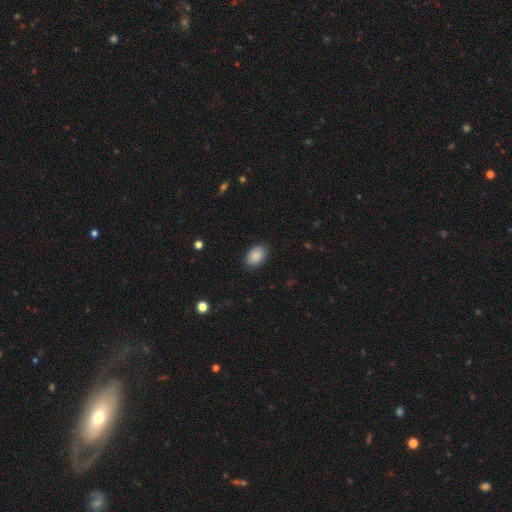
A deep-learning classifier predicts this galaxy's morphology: The model was most divided on "how rounded": in between: 85%, round: 13%, cigar-shaped: 1%. More confident: smooth or featured — smooth (89%); merging — none (87%).